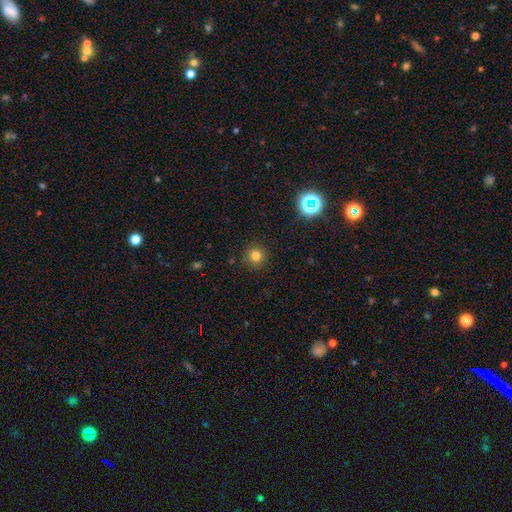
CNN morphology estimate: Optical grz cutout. It shows a smooth galaxy with no disk features (79%) that is round (94%). Merging: none (90%).